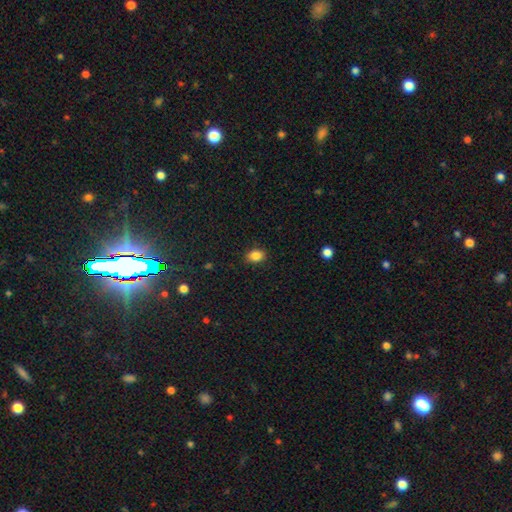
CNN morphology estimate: The model was most divided on "how rounded": in between: 67%, round: 32%, cigar-shaped: 1%. More confident: merging — none (86%); smooth or featured — smooth (85%).